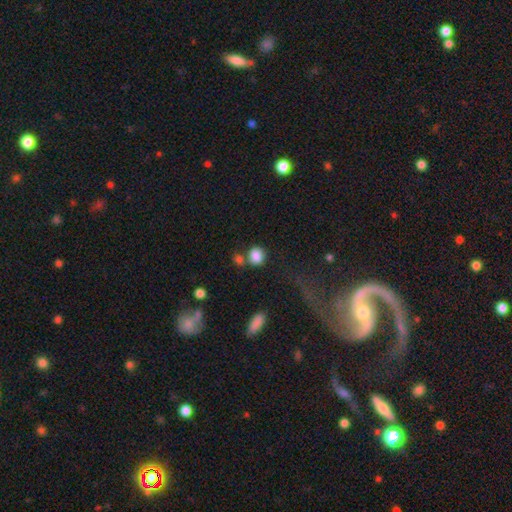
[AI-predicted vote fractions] Smooth or featured? Predicted: smooth (p=0.85). How rounded? Predicted: round (p=0.71). Merging? Predicted: none (p=0.61).